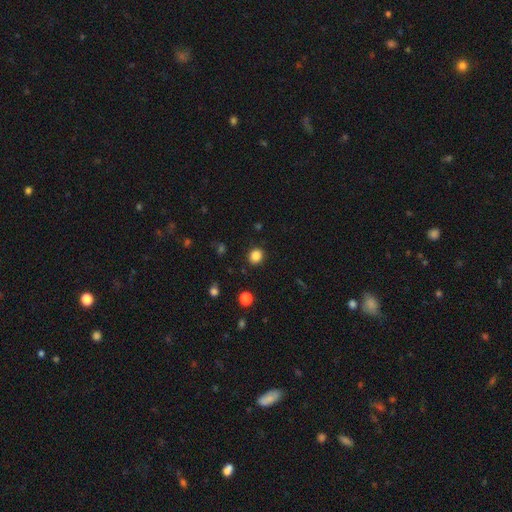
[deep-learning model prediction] Q: Smooth or featured?
A: smooth (85%); runner-up: star or artifact (11%)
Q: How rounded?
A: round (79%); runner-up: in between (21%)
Q: Merging?
A: none (89%); runner-up: minor disturbance (7%)